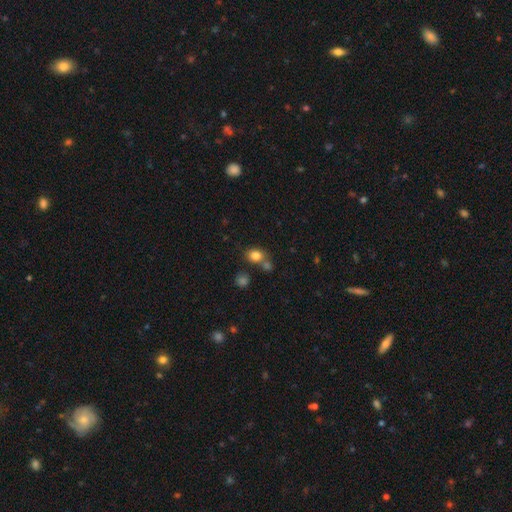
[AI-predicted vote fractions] Morphology: type=smooth (81%); roundness=round (57%); merging=none (61%).